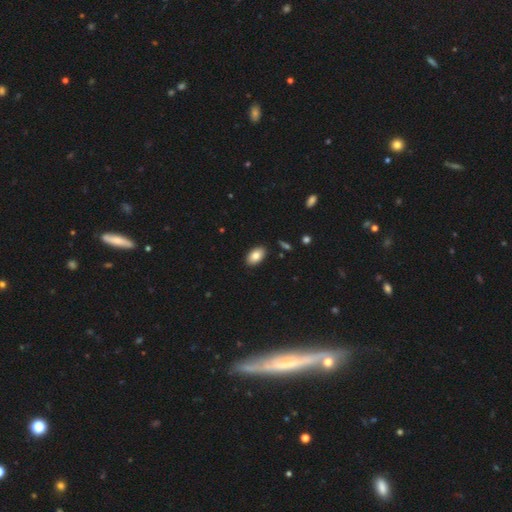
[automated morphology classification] type=smooth (83%); roundness=in between (93%); merging=none (88%).